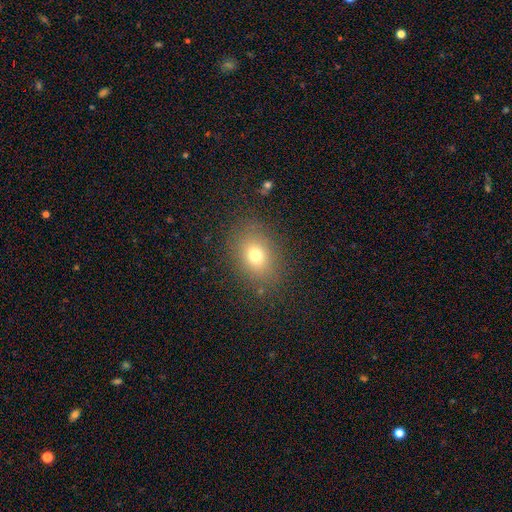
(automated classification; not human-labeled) A smooth galaxy with no disk features (73%) that is in between round and cigar-shaped (66%).

Vote fractions:
- Smooth or featured? smooth: 73% / star or artifact: 14% / featured or disk: 13%
- How rounded? in between: 66% / round: 33% / cigar-shaped: 1%
- Merging? none: 84% / minor disturbance: 10% / major disturbance: 4% / merger: 1%